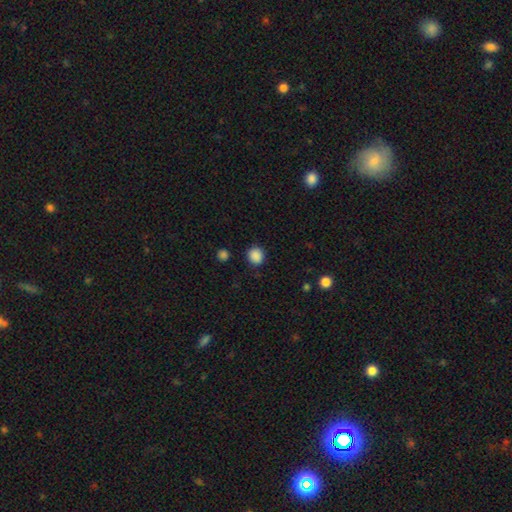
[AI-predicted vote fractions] Smooth or featured?
  - smooth: 87% *
  - star or artifact: 10%
  - featured or disk: 3%
How rounded?
  - round: 85% *
  - in between: 14%
  - cigar-shaped: 1%
Merging?
  - none: 86% *
  - minor disturbance: 9%
  - major disturbance: 3%
  - merger: 2%